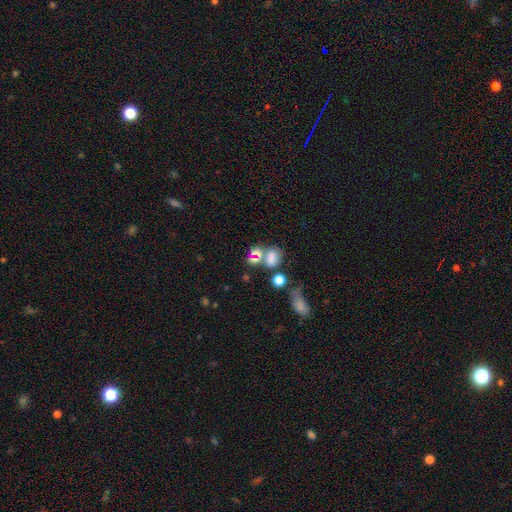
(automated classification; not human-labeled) Smooth or featured?
  - smooth: 64% *
  - star or artifact: 24%
  - featured or disk: 13%
How rounded?
  - in between: 53% *
  - round: 44%
  - cigar-shaped: 2%
Merging?
  - merger: 45% *
  - none: 37%
  - minor disturbance: 11%
  - major disturbance: 8%